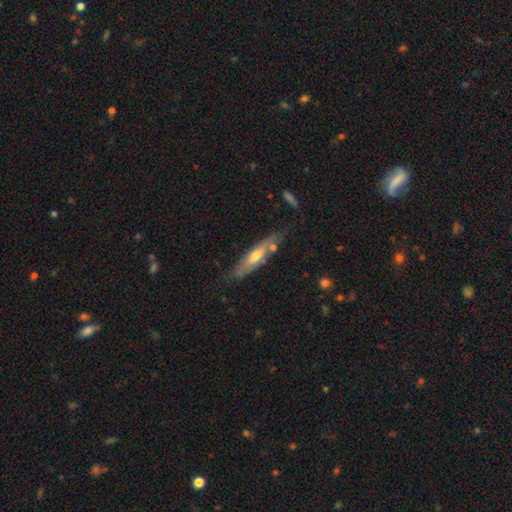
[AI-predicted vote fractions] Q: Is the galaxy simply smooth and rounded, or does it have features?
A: featured or disk — 53%.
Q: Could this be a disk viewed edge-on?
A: yes — 72%.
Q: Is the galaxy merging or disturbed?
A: none — 73%.